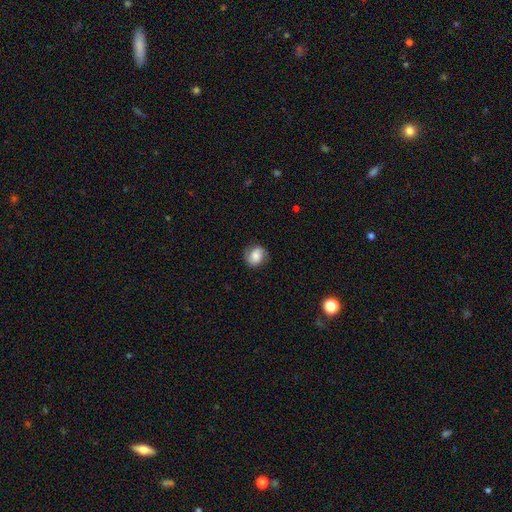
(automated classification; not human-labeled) smooth 60%, featured or disk 30%, star or artifact 9%. Down the decision tree: how rounded — round (69%); merging — none (76%).